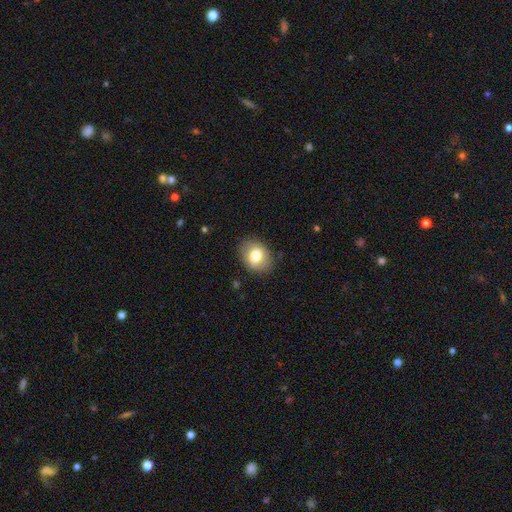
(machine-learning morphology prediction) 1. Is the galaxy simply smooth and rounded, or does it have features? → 77% smooth, 14% featured or disk, 8% star or artifact.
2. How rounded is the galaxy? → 63% in between, 36% round, 1% cigar-shaped.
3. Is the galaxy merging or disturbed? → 85% none, 11% minor disturbance, 3% major disturbance, 1% merger.